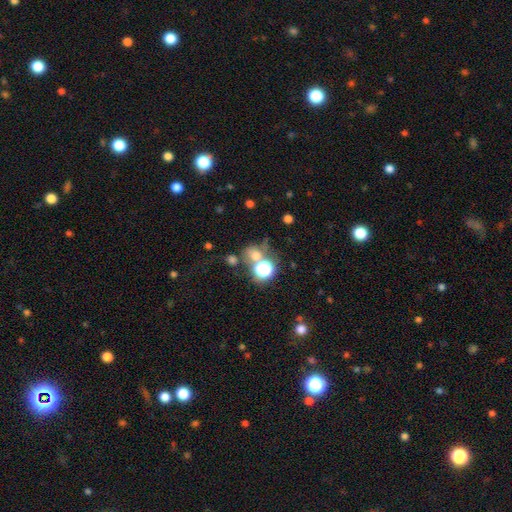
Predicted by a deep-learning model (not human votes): This appears to be a smooth galaxy with no disk features (58%) that is round (78%). Merging: none (53%).